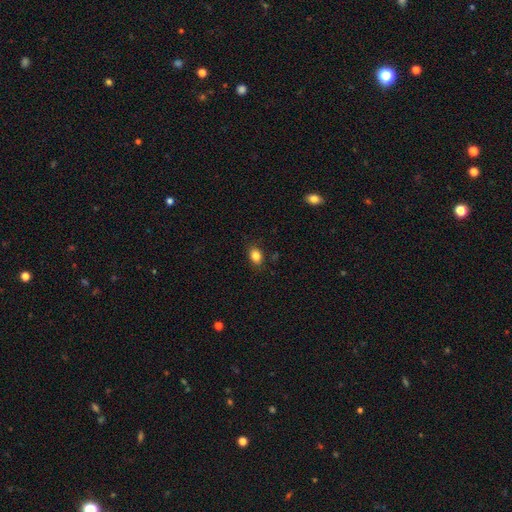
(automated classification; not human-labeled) The model was most divided on "how rounded": in between: 72%, round: 27%, cigar-shaped: 1%. More confident: merging — none (85%); smooth or featured — smooth (85%).